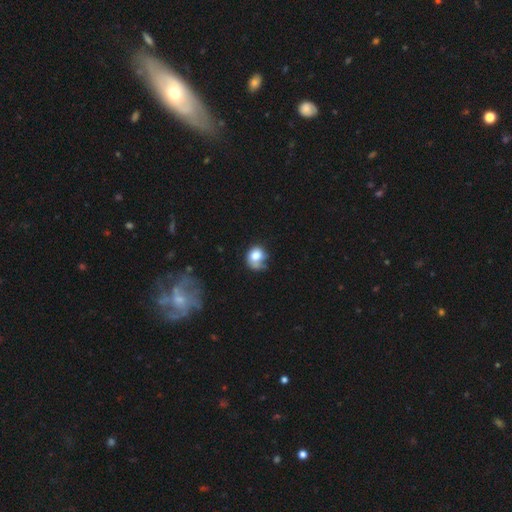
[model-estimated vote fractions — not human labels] Smooth or featured: smooth — 73% (featured or disk — 17%)
How rounded: round — 65% (in between — 34%)
Merging: none — 38% (minor disturbance — 30%)